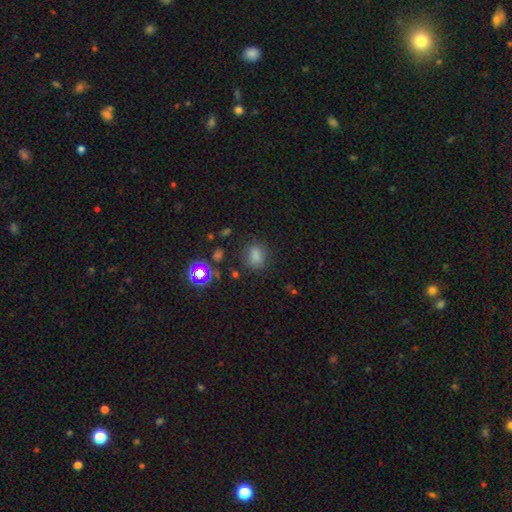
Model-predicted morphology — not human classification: The model was most divided on "how rounded": in between: 52%, round: 46%, cigar-shaped: 2%. More confident: smooth or featured — smooth (76%); merging — none (76%).